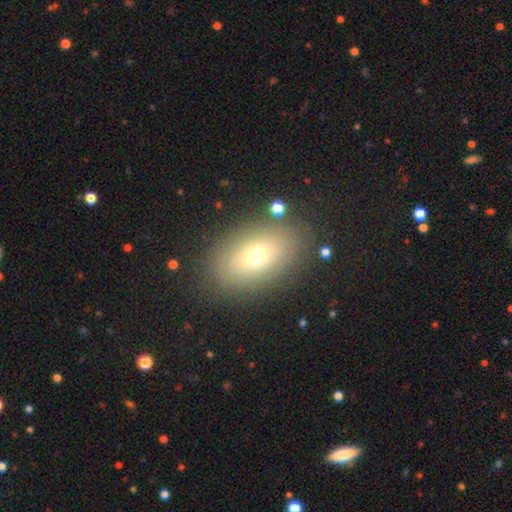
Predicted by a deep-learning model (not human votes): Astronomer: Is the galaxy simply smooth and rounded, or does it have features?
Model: smooth — 58%.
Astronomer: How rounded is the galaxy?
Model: in between — 85%.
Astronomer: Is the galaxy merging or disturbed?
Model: none — 81%.